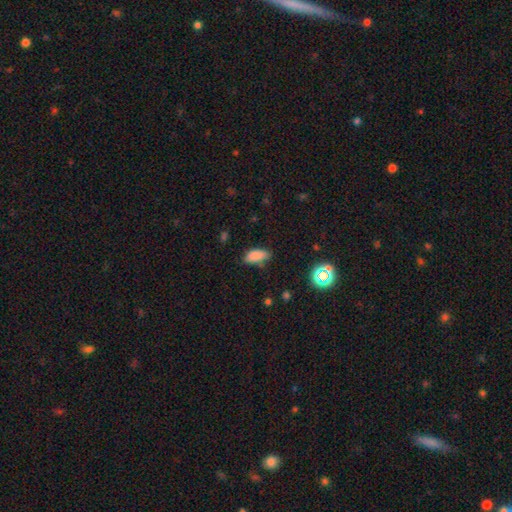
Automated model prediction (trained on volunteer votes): A smooth galaxy with no disk features (82%) that is in between round and cigar-shaped (84%). Merging: none (65%).